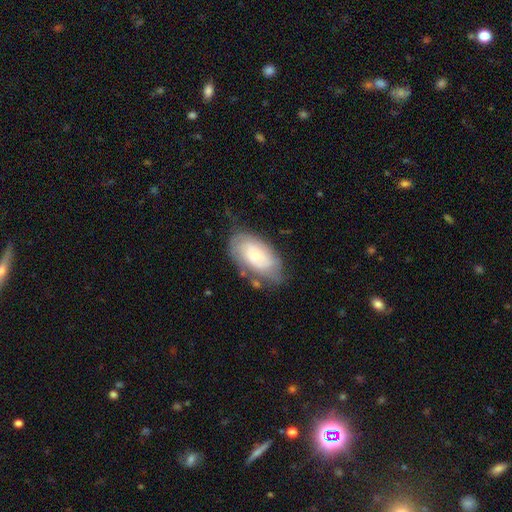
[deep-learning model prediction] Smooth or featured: featured or disk — 53% (smooth — 40%)
Edge-on disk: no — 94% (yes — 6%)
Merging: none — 61% (minor disturbance — 26%)